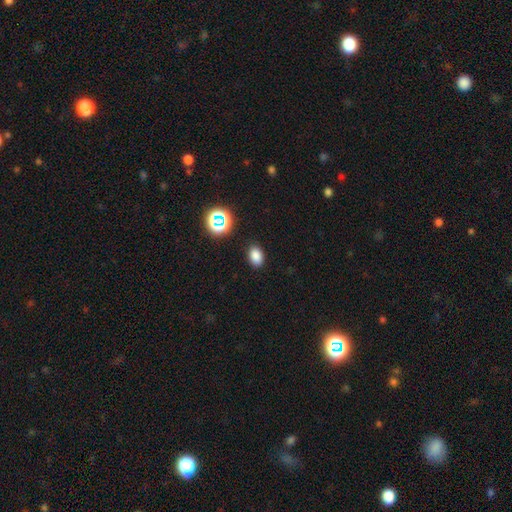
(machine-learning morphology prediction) smooth_or_featured: smooth (p=0.80) [alt: star or artifact p=0.15]
how_rounded: in between (p=0.79) [alt: round p=0.20]
merging: none (p=0.87) [alt: minor disturbance p=0.09]